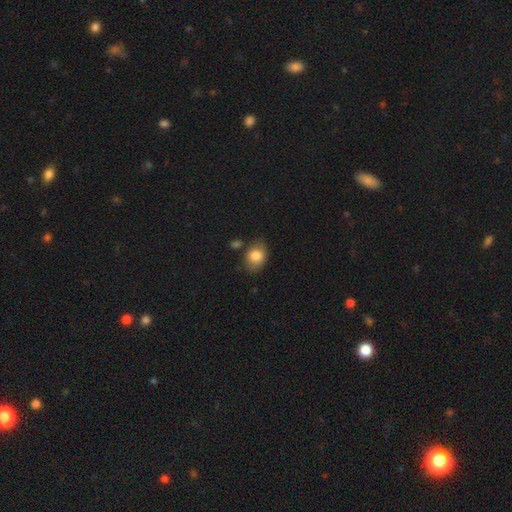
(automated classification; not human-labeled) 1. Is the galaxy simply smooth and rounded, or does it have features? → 82% smooth, 10% featured or disk, 8% star or artifact.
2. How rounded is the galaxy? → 68% in between, 31% round, 1% cigar-shaped.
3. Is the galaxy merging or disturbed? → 68% none, 20% minor disturbance, 7% merger, 5% major disturbance.